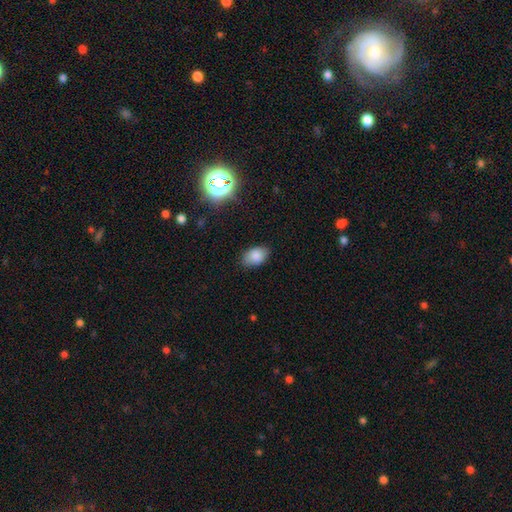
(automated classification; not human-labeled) Smooth or featured: smooth — 84% (star or artifact — 10%)
How rounded: in between — 86% (round — 12%)
Merging: none — 81% (minor disturbance — 14%)